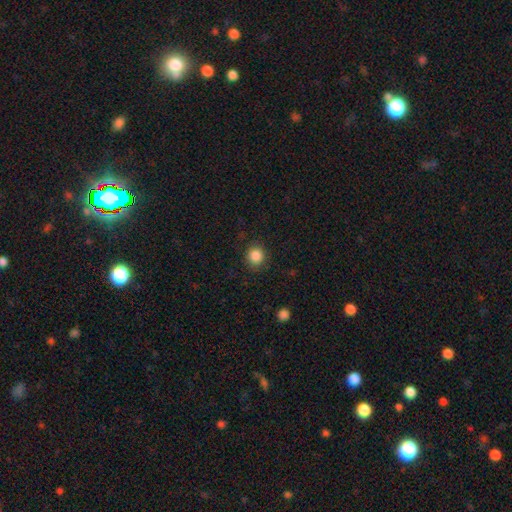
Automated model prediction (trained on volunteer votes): The model was most divided on "smooth or featured": smooth: 86%, star or artifact: 10%, featured or disk: 4%. More confident: merging — none (89%); how rounded — round (88%).